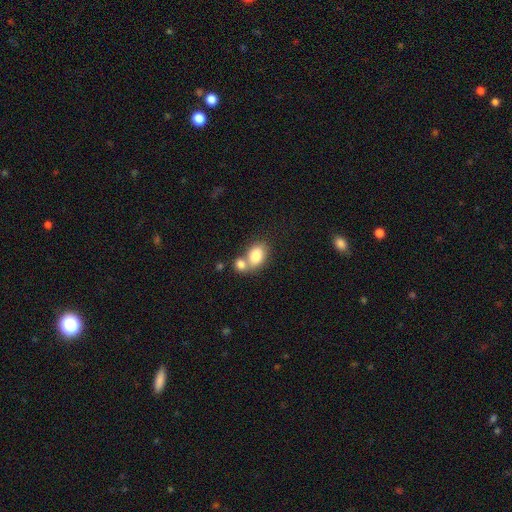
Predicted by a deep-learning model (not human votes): Smooth or featured: smooth — 81% (featured or disk — 11%)
How rounded: in between — 74% (round — 25%)
Merging: merger — 53% (none — 33%)